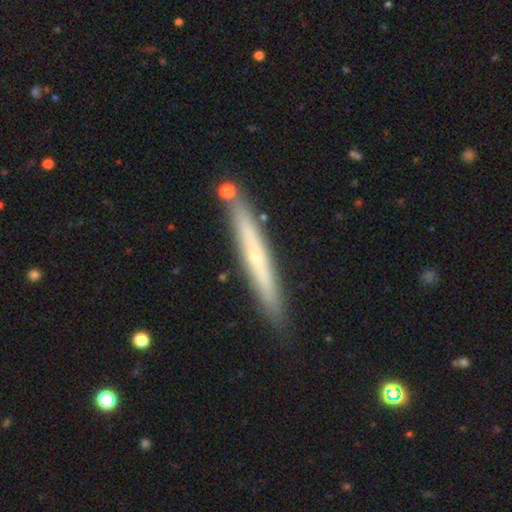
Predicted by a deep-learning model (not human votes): The model was most divided on "edge-on bulge": rounded: 51%, none: 46%, boxy: 3%. More confident: edge-on disk — yes (93%); merging — none (87%); smooth or featured — featured or disk (55%).